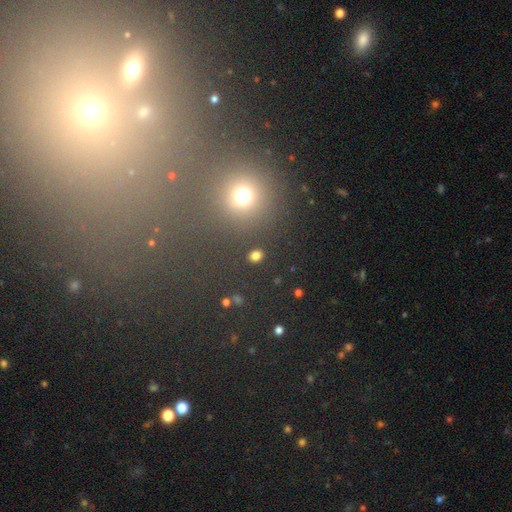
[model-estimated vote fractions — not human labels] Q: Smooth or featured?
A: smooth (78%); runner-up: star or artifact (17%)
Q: How rounded?
A: round (50%); runner-up: in between (48%)
Q: Merging?
A: none (89%); runner-up: minor disturbance (6%)